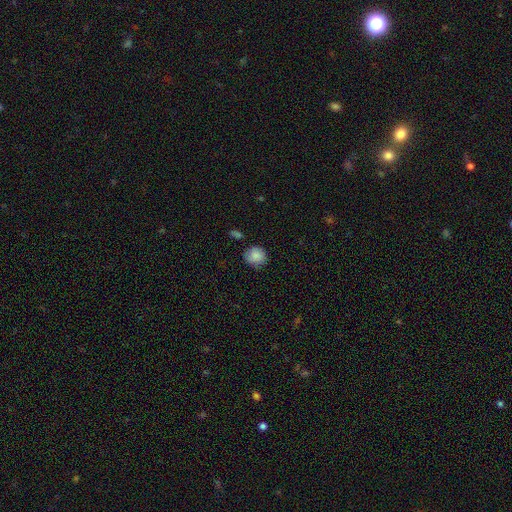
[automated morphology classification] Overall: smooth (85%). How rounded: round (84%). Merging: none (79%).